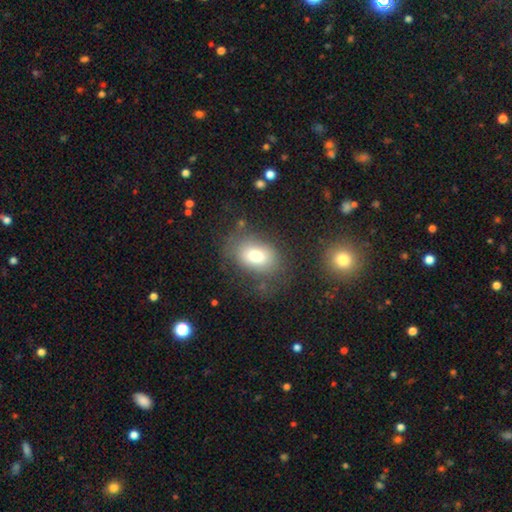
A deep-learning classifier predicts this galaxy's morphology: smooth 74%, featured or disk 16%, star or artifact 11%. Down the decision tree: how rounded — in between (73%); merging — none (67%).